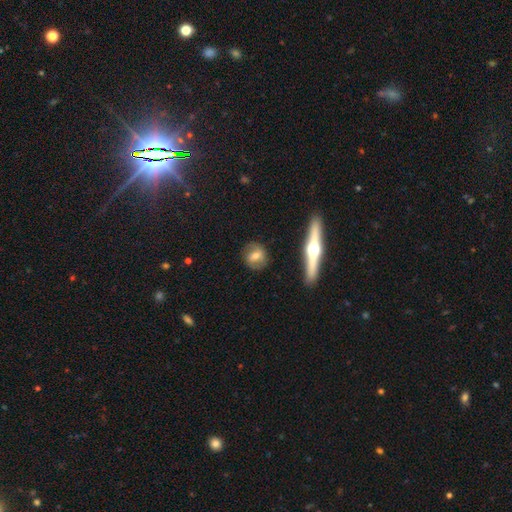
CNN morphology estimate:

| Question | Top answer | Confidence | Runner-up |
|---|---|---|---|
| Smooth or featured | featured or disk | 48% | smooth (44%) |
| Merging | none | 84% | minor disturbance (11%) |